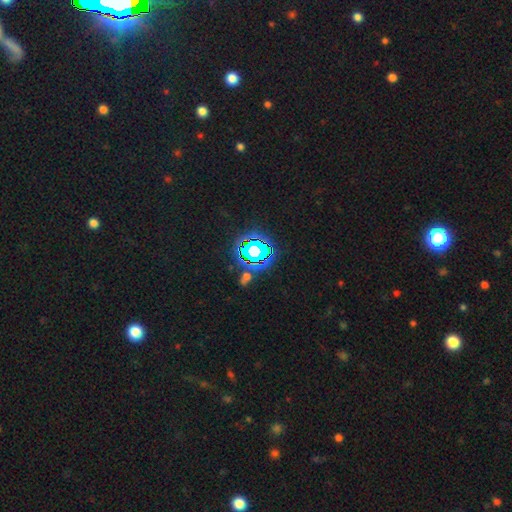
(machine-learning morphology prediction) Smooth or featured? Predicted: star or artifact (p=0.76).